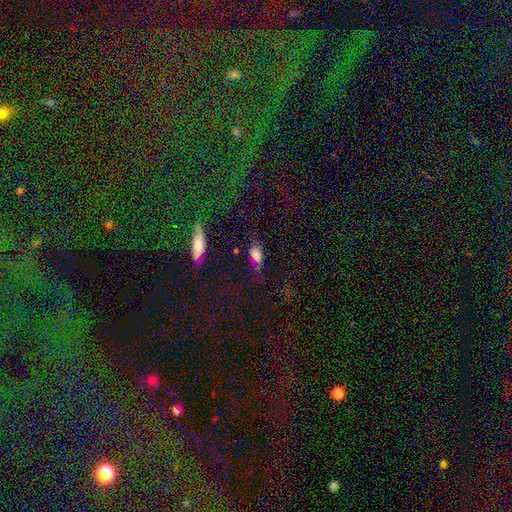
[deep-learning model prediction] Overall: smooth (75%). How rounded: in between (78%). Merging: none (51%; minor disturbance 28%).